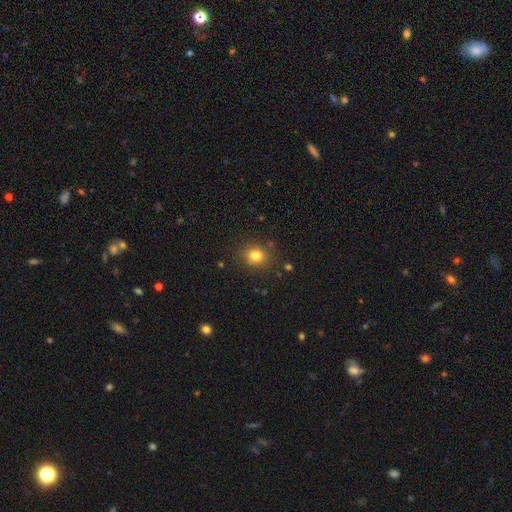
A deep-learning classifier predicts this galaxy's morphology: Q: Smooth or featured?
A: smooth (80%); runner-up: star or artifact (13%)
Q: How rounded?
A: round (78%); runner-up: in between (21%)
Q: Merging?
A: none (85%); runner-up: minor disturbance (9%)